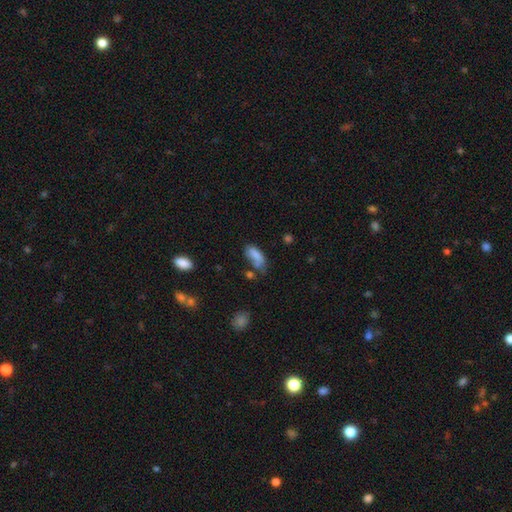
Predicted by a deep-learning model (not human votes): Q: Smooth or featured?
A: smooth (79%); runner-up: featured or disk (12%)
Q: How rounded?
A: in between (84%); runner-up: cigar-shaped (13%)
Q: Merging?
A: none (43%); runner-up: minor disturbance (30%)